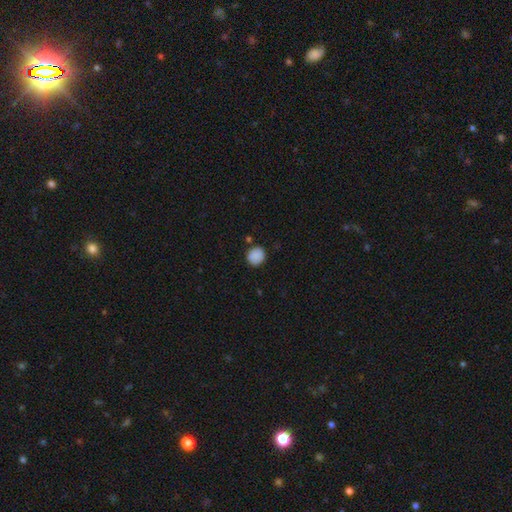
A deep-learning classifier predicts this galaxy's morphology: smooth_or_featured: smooth (p=0.88) [alt: star or artifact p=0.08]
how_rounded: round (p=0.84) [alt: in between p=0.16]
merging: none (p=0.84) [alt: minor disturbance p=0.11]